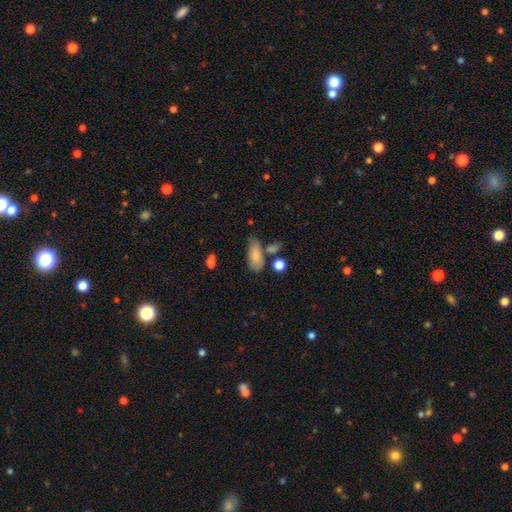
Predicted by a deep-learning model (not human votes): Overall: smooth (80%). How rounded: in between (86%). Merging: none (52%; minor disturbance 24%).